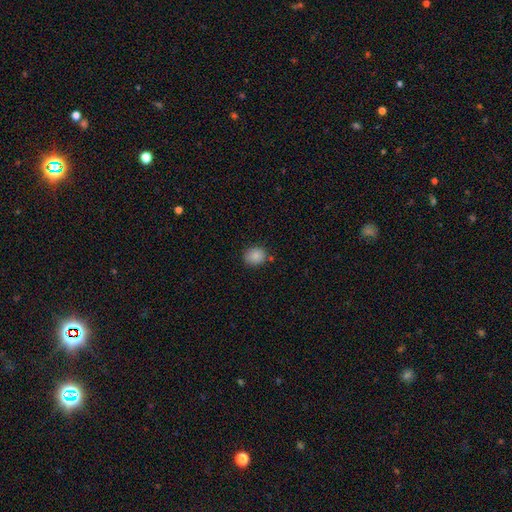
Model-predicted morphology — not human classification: Smooth or featured: smooth — 86% (star or artifact — 9%)
How rounded: round — 67% (in between — 33%)
Merging: none — 81% (minor disturbance — 12%)